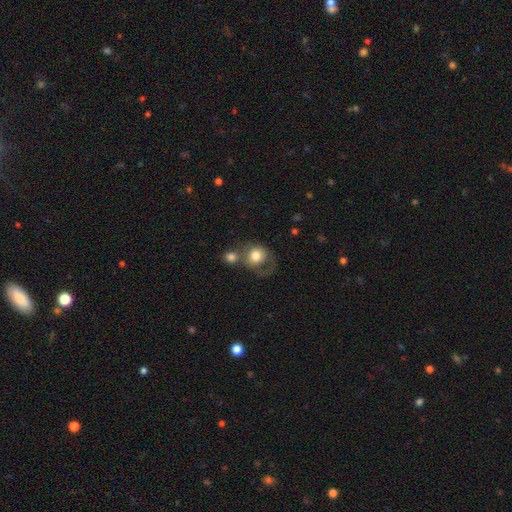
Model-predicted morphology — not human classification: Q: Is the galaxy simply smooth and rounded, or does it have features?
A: smooth — 73%.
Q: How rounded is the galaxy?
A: round — 76%.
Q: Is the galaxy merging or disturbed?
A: merger — 43%.